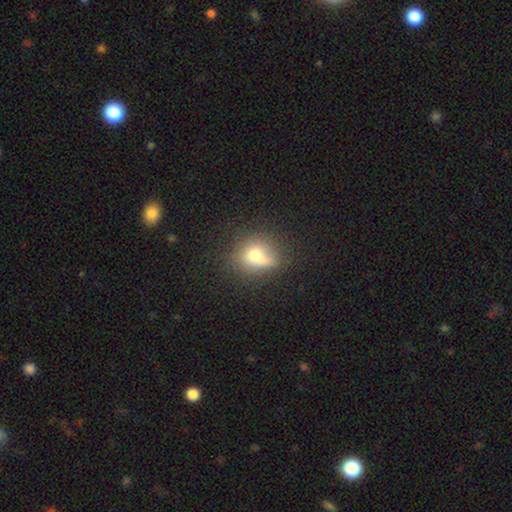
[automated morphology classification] A smooth galaxy with no disk features (67%) that is round (49%). Merging: none (47%).